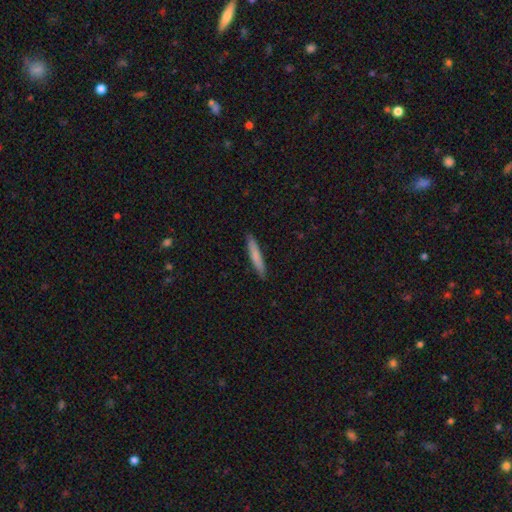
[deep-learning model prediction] Smooth or featured?
  - smooth: 75% *
  - featured or disk: 20%
  - star or artifact: 6%
How rounded?
  - cigar-shaped: 93% *
  - in between: 6%
  - round: 1%
Merging?
  - none: 90% *
  - minor disturbance: 8%
  - major disturbance: 1%
  - merger: 1%